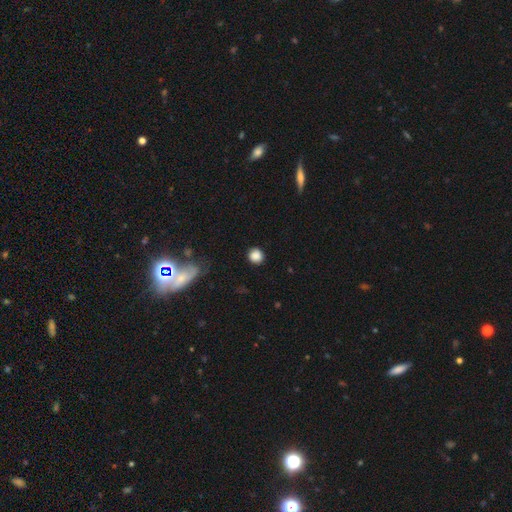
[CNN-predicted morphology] smooth 87%, star or artifact 9%, featured or disk 4%. Down the decision tree: how rounded — round (89%); merging — none (88%).